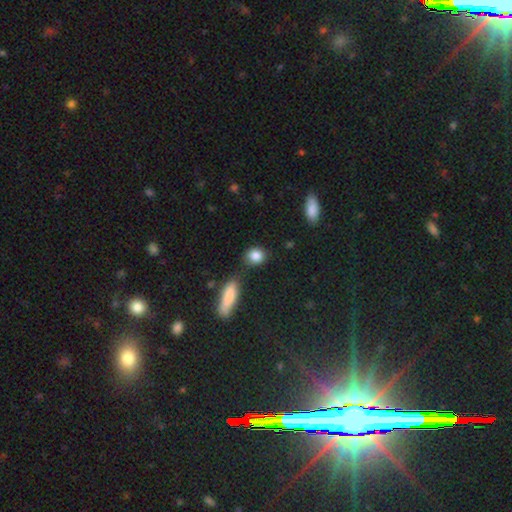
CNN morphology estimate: smooth 86%, star or artifact 9%, featured or disk 6%. Down the decision tree: how rounded — round (58%); merging — none (69%).